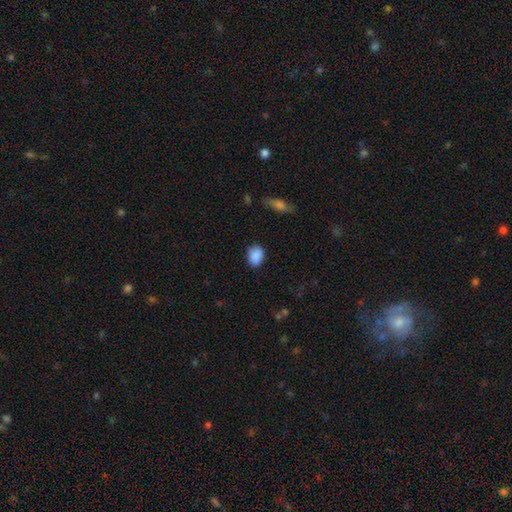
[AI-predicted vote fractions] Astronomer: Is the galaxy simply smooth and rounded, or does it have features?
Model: smooth — 88%.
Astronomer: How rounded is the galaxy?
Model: in between — 68%.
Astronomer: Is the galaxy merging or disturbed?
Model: none — 80%.